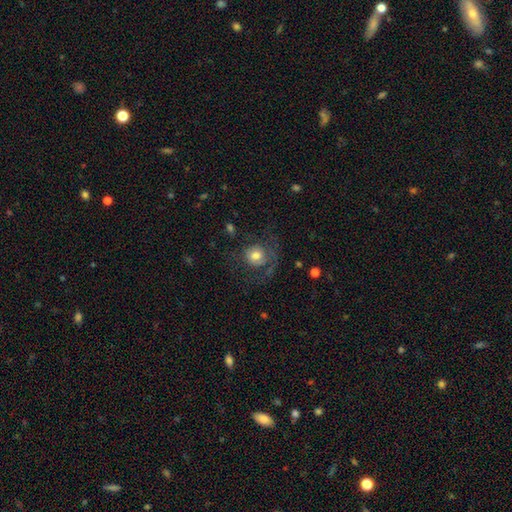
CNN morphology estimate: Smooth or featured? Predicted: smooth (p=0.64). How rounded? Predicted: round (p=0.83). Merging? Predicted: none (p=0.50).